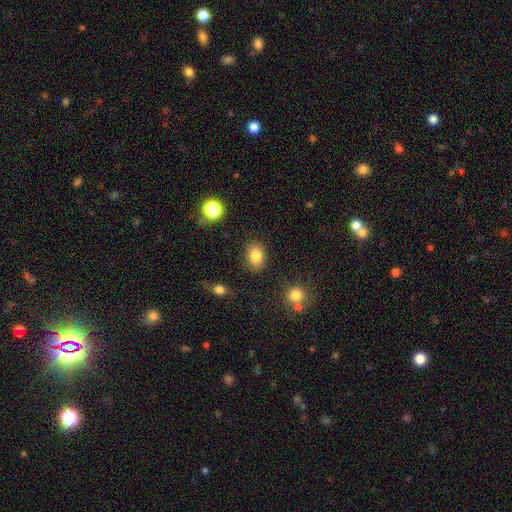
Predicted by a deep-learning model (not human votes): The model was most divided on "how rounded": in between: 69%, round: 30%, cigar-shaped: 1%. More confident: smooth or featured — smooth (84%); merging — none (83%).